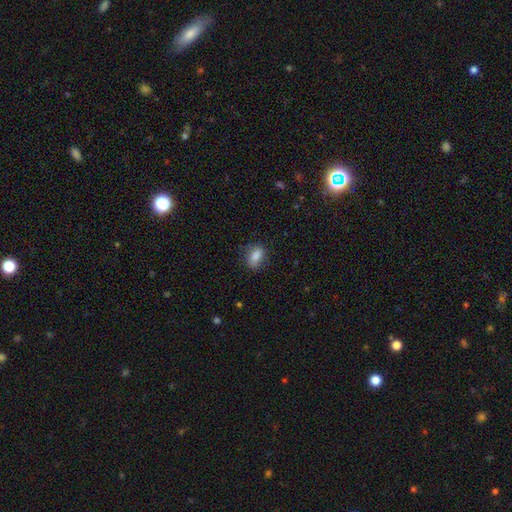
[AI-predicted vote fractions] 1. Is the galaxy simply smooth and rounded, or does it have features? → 82% smooth, 9% featured or disk, 9% star or artifact.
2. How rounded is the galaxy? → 83% in between, 14% round, 4% cigar-shaped.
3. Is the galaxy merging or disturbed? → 73% none, 20% minor disturbance, 6% major disturbance, 1% merger.